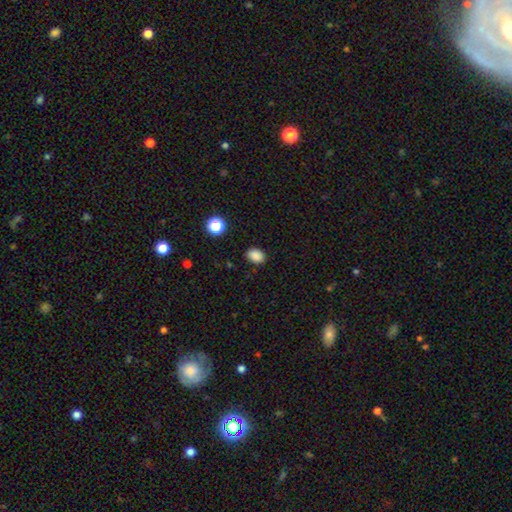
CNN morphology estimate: Smooth or featured? smooth (86%)
How rounded? in between (72%)
Merging? none (86%)